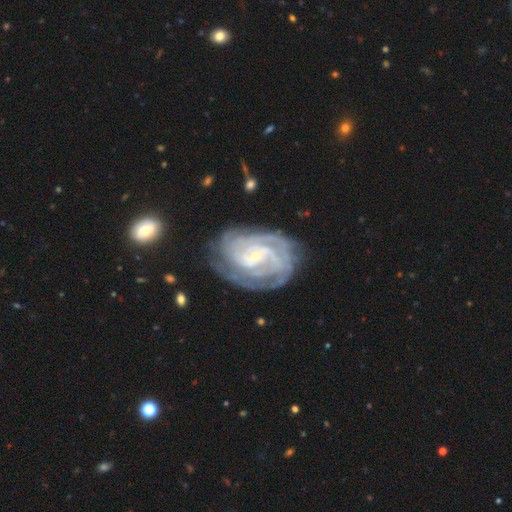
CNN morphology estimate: This appears to be a featured or disk galaxy (90%) with no bar (50%), 3 (23%) tight (76%) spiral arms (98%) and a small central bulge (82%). Merging: none (71%).